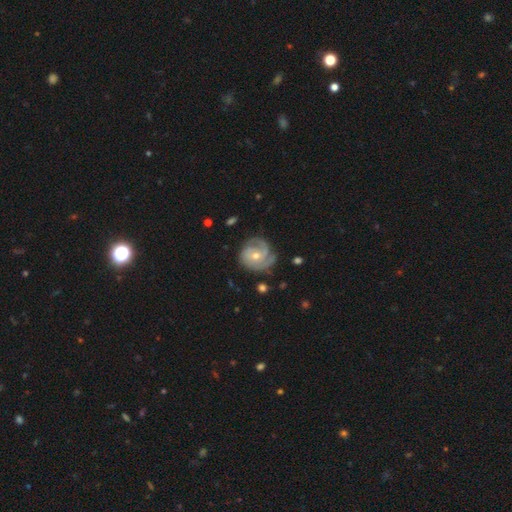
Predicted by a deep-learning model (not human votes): The model was most divided on "bulge size": moderate: 51%, small: 47%, large: 1%, none: 1%, dominant: 1%. Remaining: edge-on disk — no (98%); spiral arms — yes (95%); smooth or featured — featured or disk (83%); bar — no (72%); merging — none (68%); spiral winding — tight (67%); spiral arm count — 3 (35%).